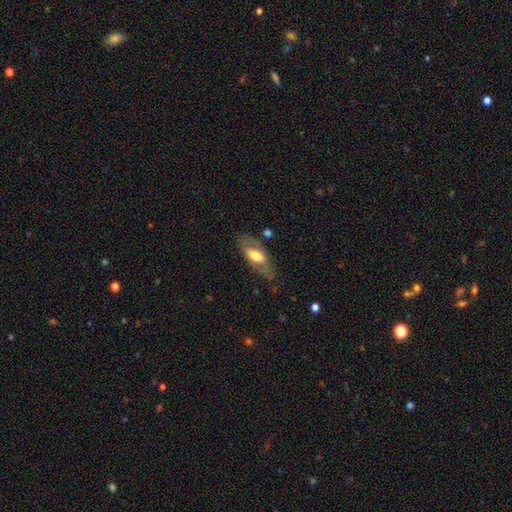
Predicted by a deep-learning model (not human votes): A featured or disk galaxy (48%).

Vote fractions:
- Smooth or featured? featured or disk: 48% / smooth: 46% / star or artifact: 6%
- Merging? none: 71% / minor disturbance: 18% / major disturbance: 8% / merger: 3%